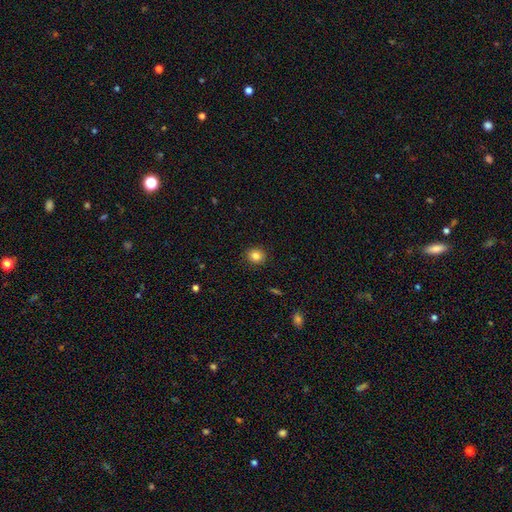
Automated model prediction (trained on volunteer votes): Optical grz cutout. It shows a smooth galaxy with no disk features (83%) that is round (81%). Merging: none (90%).